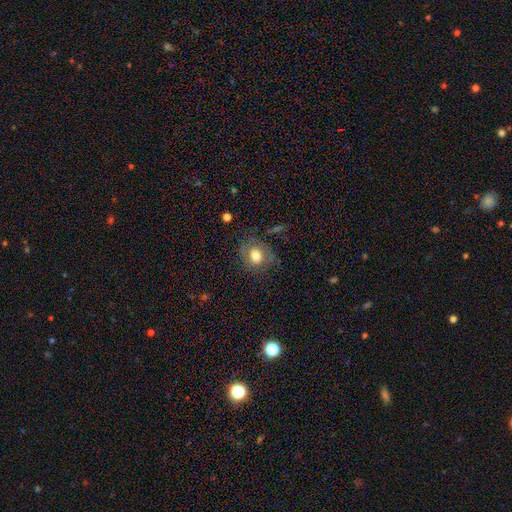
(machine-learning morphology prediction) Smooth or featured? Predicted: smooth (p=0.65). How rounded? Predicted: round (p=0.57). Merging? Predicted: none (p=0.69).